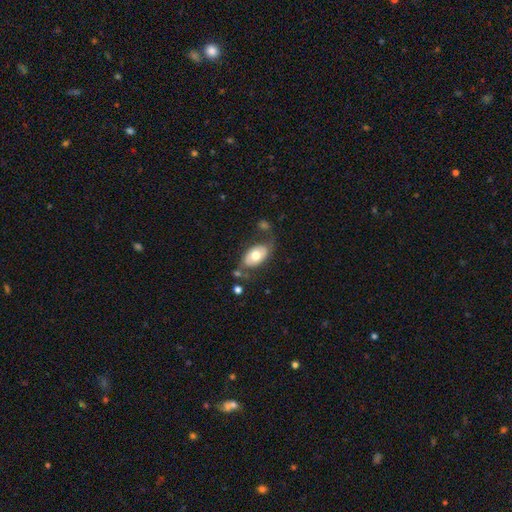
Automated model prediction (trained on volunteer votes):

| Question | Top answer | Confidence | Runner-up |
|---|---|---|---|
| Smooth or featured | smooth | 59% | featured or disk (34%) |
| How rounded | in between | 92% | round (6%) |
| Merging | none | 58% | minor disturbance (22%) |